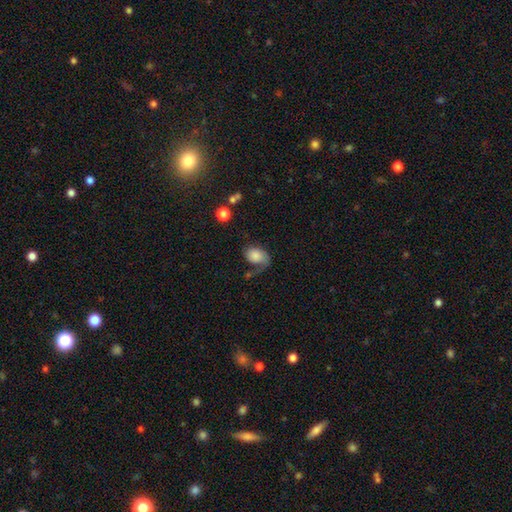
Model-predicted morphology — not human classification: Smooth or featured?
  - smooth: 62% *
  - featured or disk: 29%
  - star or artifact: 9%
How rounded?
  - in between: 75% *
  - round: 24%
  - cigar-shaped: 1%
Merging?
  - none: 37% *
  - major disturbance: 35%
  - minor disturbance: 22%
  - merger: 6%